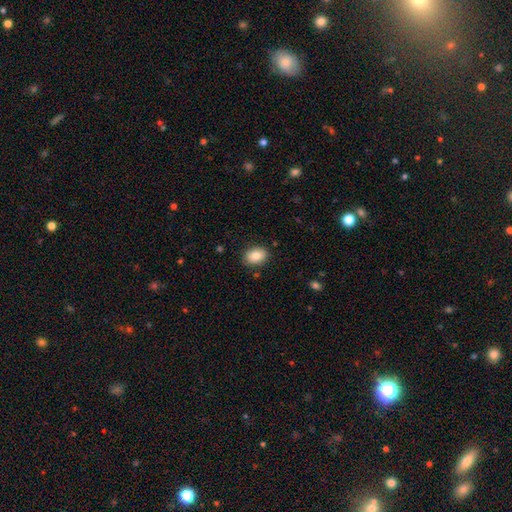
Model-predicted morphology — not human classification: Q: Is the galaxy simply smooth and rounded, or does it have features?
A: smooth — 84%.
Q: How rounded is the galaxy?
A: in between — 76%.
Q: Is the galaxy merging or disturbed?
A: none — 86%.